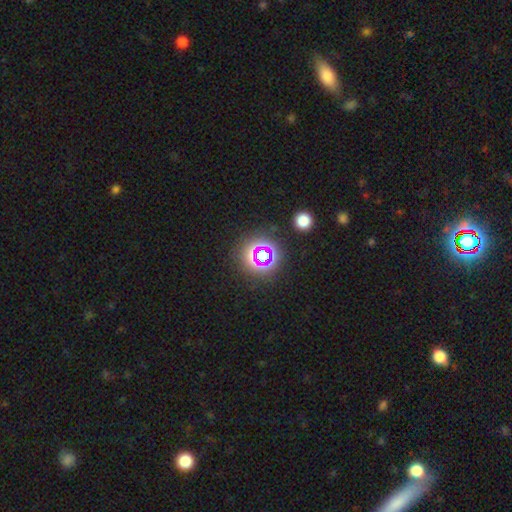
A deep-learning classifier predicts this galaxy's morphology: This appears to be a star or artifact, not a galaxy (70%).